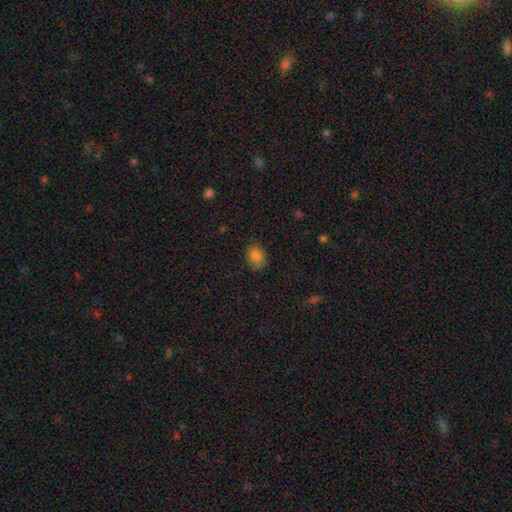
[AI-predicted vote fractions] A smooth galaxy with no disk features (80%) that is round (54%). Merging: none (78%).